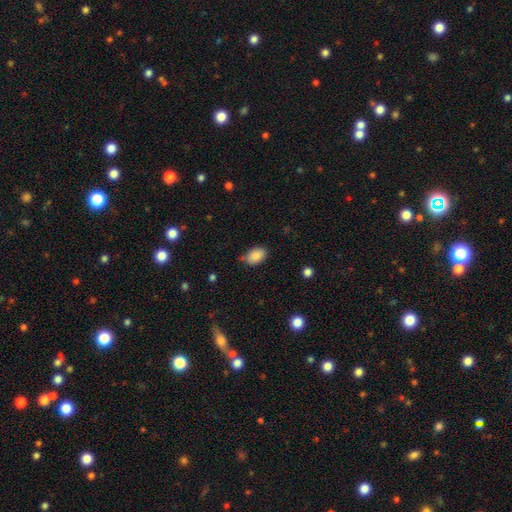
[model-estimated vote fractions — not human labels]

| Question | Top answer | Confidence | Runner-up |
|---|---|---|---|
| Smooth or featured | smooth | 88% | star or artifact (8%) |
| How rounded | in between | 87% | round (11%) |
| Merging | none | 72% | minor disturbance (22%) |